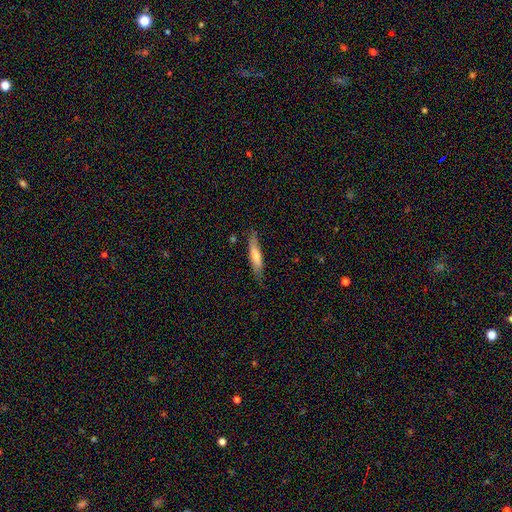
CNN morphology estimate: This is possibly a smooth galaxy (57%). How rounded: clearly cigar-shaped (84%). Merging: likely none (78%).